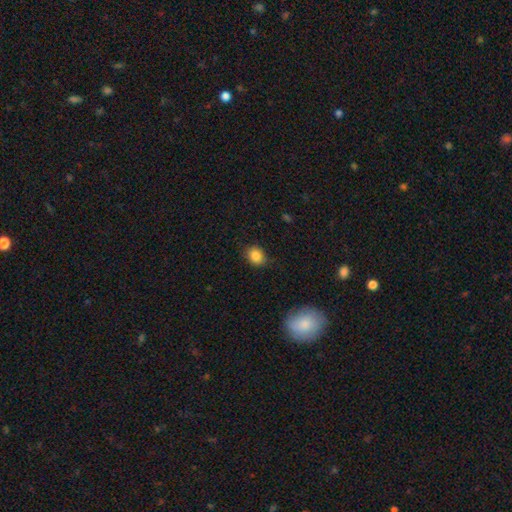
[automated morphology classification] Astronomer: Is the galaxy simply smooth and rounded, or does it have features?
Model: smooth — 84%.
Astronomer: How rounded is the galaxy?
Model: round — 57% (runner-up: in between, 42%).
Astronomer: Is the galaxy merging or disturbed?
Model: none — 80%.